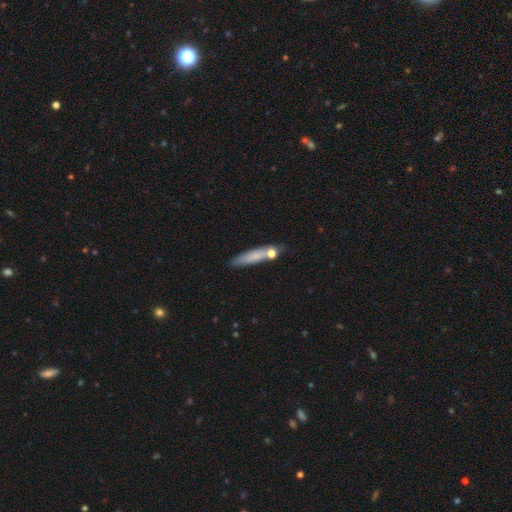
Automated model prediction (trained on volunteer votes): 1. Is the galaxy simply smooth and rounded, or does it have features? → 69% smooth, 22% featured or disk, 9% star or artifact.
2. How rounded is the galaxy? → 82% cigar-shaped, 15% in between, 3% round.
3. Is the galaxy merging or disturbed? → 67% none, 16% minor disturbance, 12% merger, 5% major disturbance.